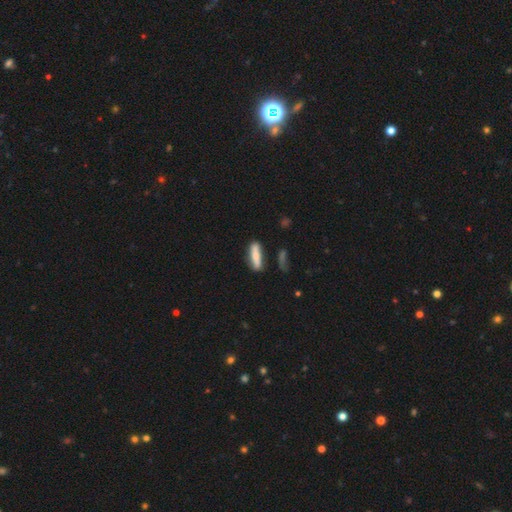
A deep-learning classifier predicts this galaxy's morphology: Smooth or featured? Predicted: smooth (p=0.60). How rounded? Predicted: cigar-shaped (p=0.66). Merging? Predicted: none (p=0.72).